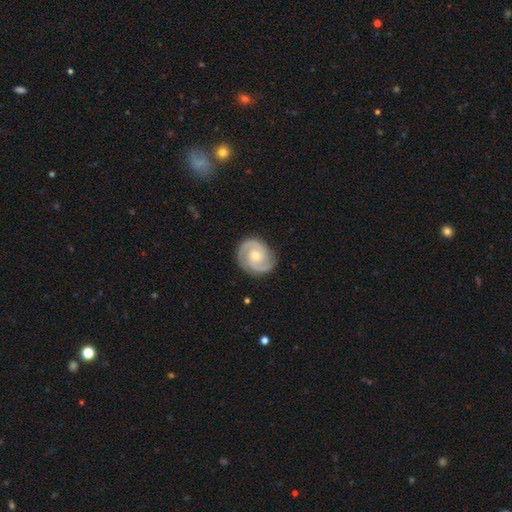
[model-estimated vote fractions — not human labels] Smooth or featured? featured or disk (89%)
Edge-on disk? no (98%)
Bar? no (63%)
Spiral arms? yes (98%)
Spiral winding? tight (54%)
Spiral arm count? 2 (90%)
Bulge size? moderate (54%)
Merging? none (86%)